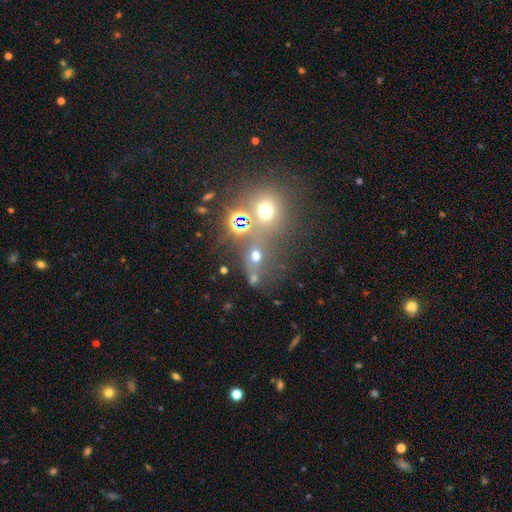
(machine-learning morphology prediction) A smooth galaxy with no disk features (52%) that is round (66%).

Vote fractions:
- Smooth or featured? smooth: 52% / star or artifact: 35% / featured or disk: 13%
- How rounded? round: 66% / in between: 31% / cigar-shaped: 3%
- Merging? none: 50% / merger: 32% / minor disturbance: 10% / major disturbance: 8%